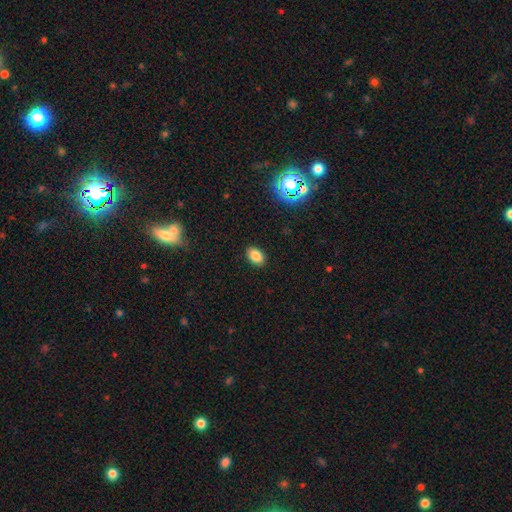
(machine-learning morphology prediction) This appears to be a smooth galaxy with no disk features (82%) that is in between round and cigar-shaped (86%). Merging: none (89%).